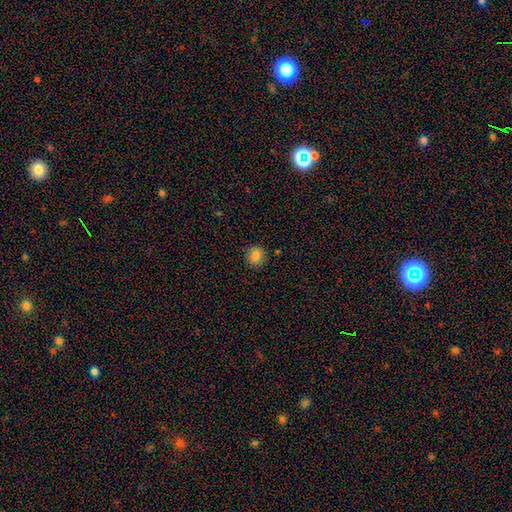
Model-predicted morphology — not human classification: Q: Smooth or featured?
A: smooth (83%); runner-up: star or artifact (11%)
Q: How rounded?
A: round (81%); runner-up: in between (18%)
Q: Merging?
A: none (88%); runner-up: minor disturbance (8%)